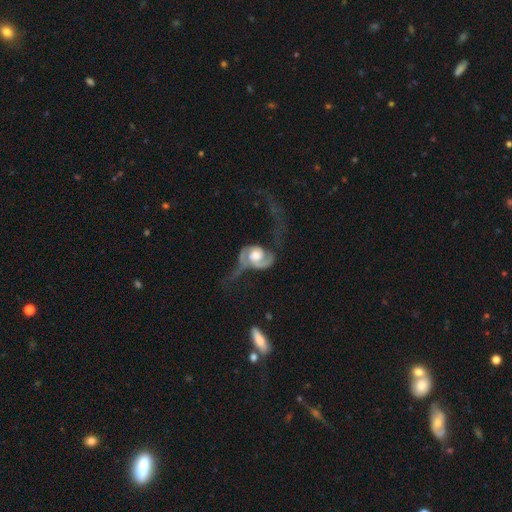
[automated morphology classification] Q: Smooth or featured?
A: featured or disk (83%); runner-up: smooth (12%)
Q: Edge-on disk?
A: no (96%); runner-up: yes (4%)
Q: Bar?
A: no (70%); runner-up: weak (24%)
Q: Spiral arms?
A: yes (90%); runner-up: no (10%)
Q: Spiral winding?
A: loose (50%); runner-up: medium (32%)
Q: Spiral arm count?
A: 2 (83%); runner-up: 1 (8%)
Q: Bulge size?
A: moderate (42%); runner-up: large (39%)
Q: Merging?
A: major disturbance (53%); runner-up: none (22%)